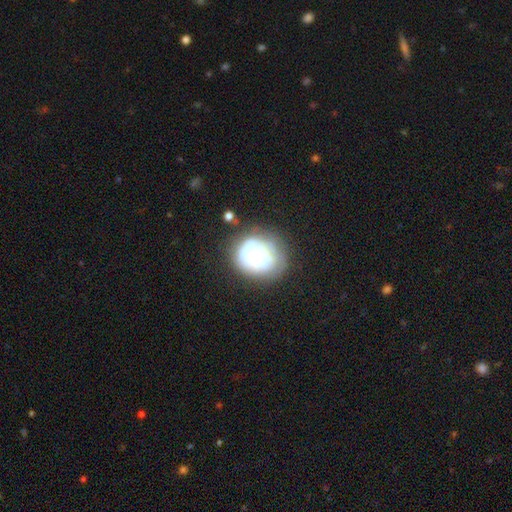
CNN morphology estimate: Smooth or featured? Predicted: featured or disk (p=0.51). Edge-on disk? Predicted: no (p=0.98). Bar? Predicted: no (p=0.74). Spiral arms? Predicted: no (p=0.68). Bulge size? Predicted: moderate (p=0.32). Merging? Predicted: none (p=0.54).